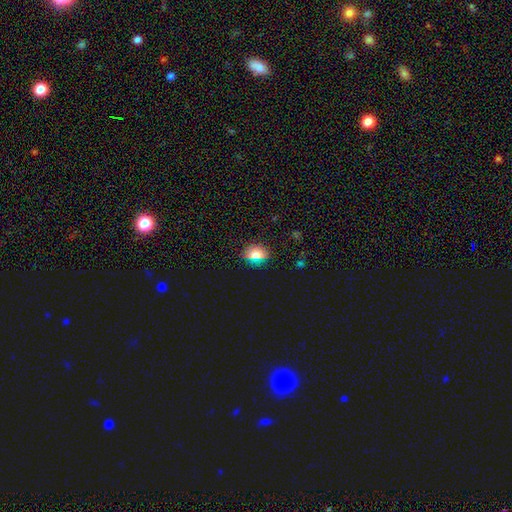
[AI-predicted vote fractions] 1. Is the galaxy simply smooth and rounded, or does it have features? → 73% smooth, 19% star or artifact, 8% featured or disk.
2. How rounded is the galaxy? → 50% in between, 48% round, 2% cigar-shaped.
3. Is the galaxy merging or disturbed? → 87% none, 10% minor disturbance, 2% major disturbance, 1% merger.